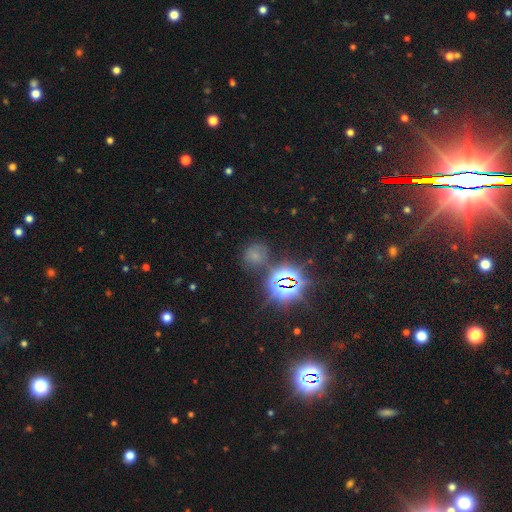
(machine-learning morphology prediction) smooth 46%, star or artifact 44%, featured or disk 10%. Down the decision tree: merging — none (68%).